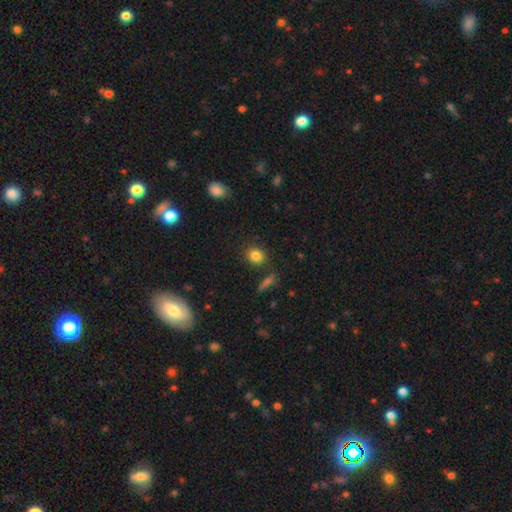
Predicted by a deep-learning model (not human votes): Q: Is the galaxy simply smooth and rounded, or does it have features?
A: smooth — 83%.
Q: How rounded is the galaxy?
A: round — 70%.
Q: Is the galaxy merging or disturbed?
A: none — 83%.